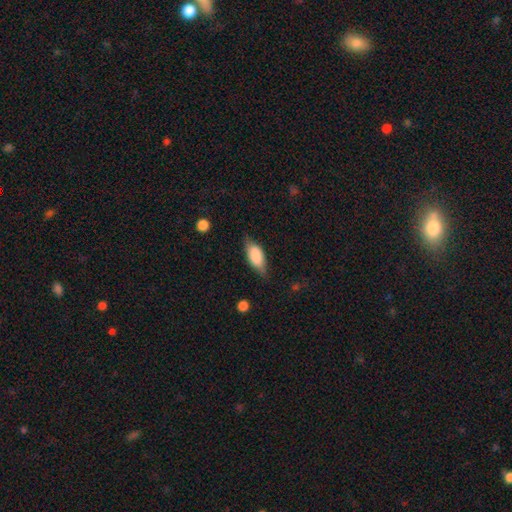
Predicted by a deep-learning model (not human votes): Overall: smooth (74%). How rounded: in between (82%). Merging: none (68%).